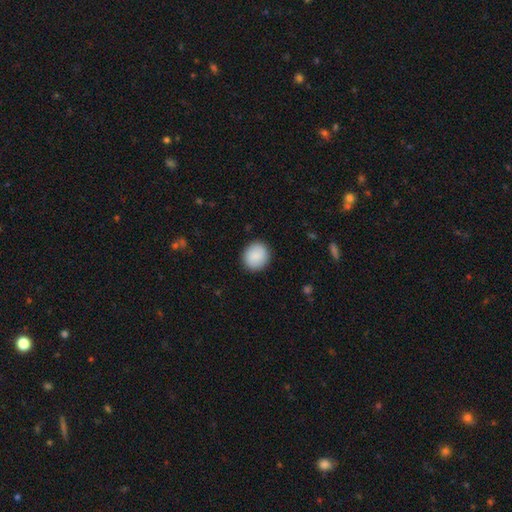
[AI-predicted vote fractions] Smooth or featured: smooth — 88% (star or artifact — 6%)
How rounded: round — 84% (in between — 15%)
Merging: none — 90% (minor disturbance — 7%)